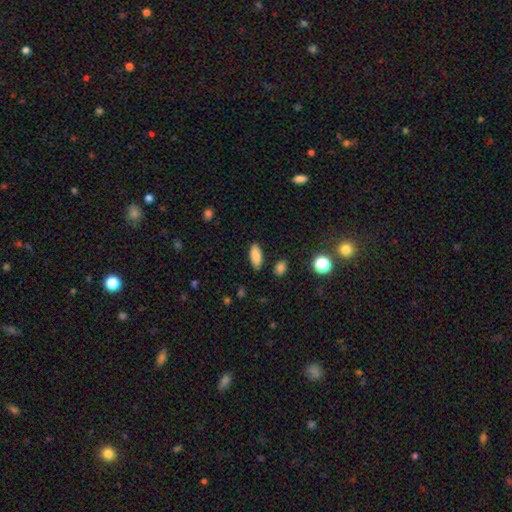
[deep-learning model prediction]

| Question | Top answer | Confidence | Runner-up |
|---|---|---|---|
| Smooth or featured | smooth | 86% | star or artifact (8%) |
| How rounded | in between | 78% | cigar-shaped (19%) |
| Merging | none | 86% | minor disturbance (9%) |